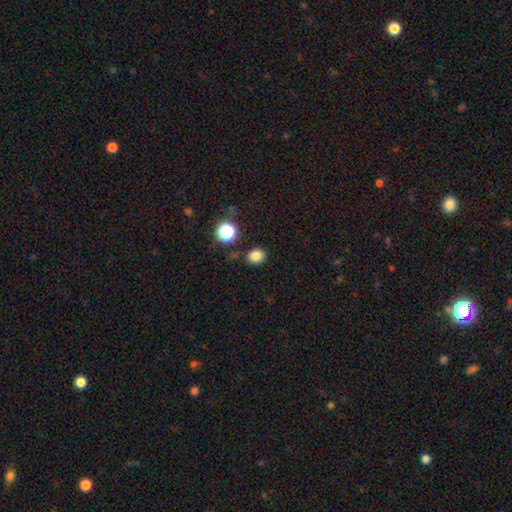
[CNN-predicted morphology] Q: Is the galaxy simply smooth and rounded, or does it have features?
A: smooth — 82%.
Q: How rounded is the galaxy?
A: round — 66%.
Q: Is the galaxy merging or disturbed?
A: none — 83%.